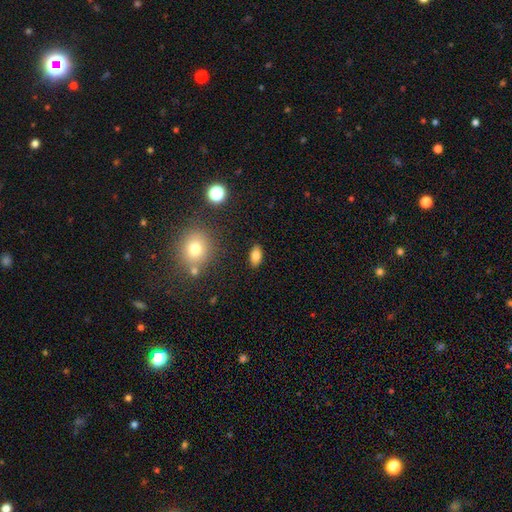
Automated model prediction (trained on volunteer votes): Smooth or featured: smooth — 82% (star or artifact — 10%)
How rounded: in between — 89% (round — 6%)
Merging: none — 87% (minor disturbance — 9%)